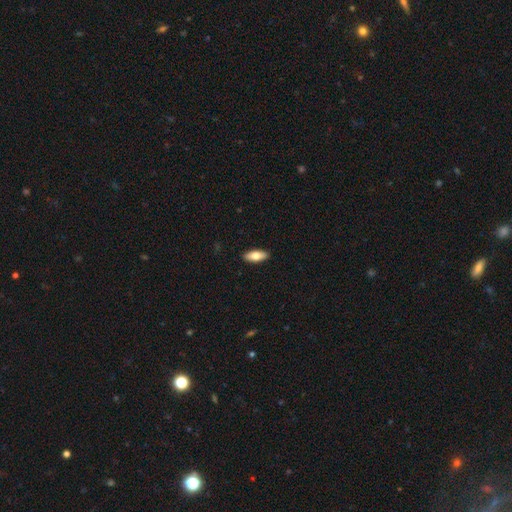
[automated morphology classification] This appears to be a smooth galaxy with no disk features (73%) that is in between round and cigar-shaped (76%). Merging: none (91%).